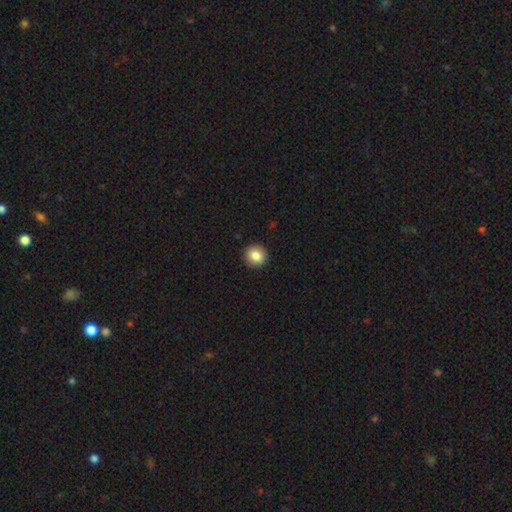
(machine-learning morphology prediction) This is clearly a smooth galaxy (85%). How rounded: clearly round (90%). Merging: clearly none (92%).